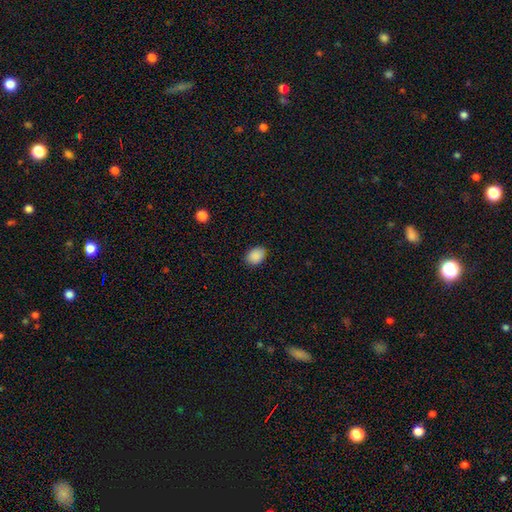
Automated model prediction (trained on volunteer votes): Morphology: type=smooth (89%); roundness=in between (71%); merging=none (85%).